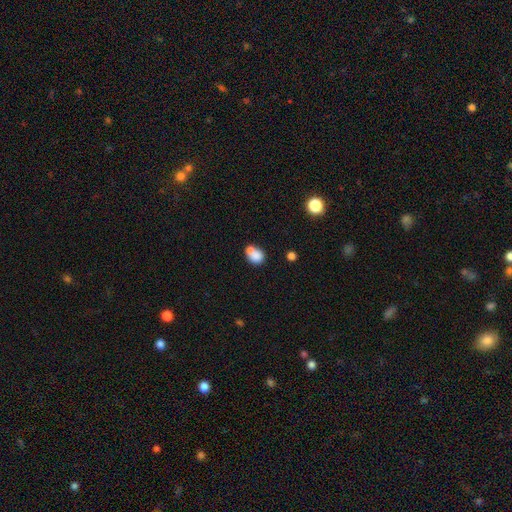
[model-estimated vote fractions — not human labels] This is likely a smooth galaxy (79%). How rounded: likely round (63%). Merging: possibly merger (50%).